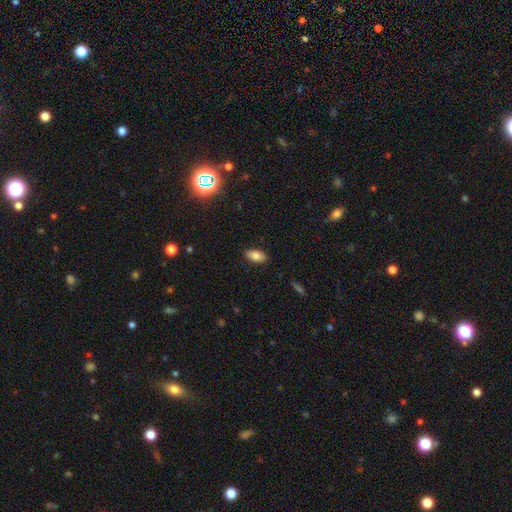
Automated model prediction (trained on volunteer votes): This appears to be a smooth galaxy with no disk features (79%) that is in between round and cigar-shaped (91%). Merging: none (87%).